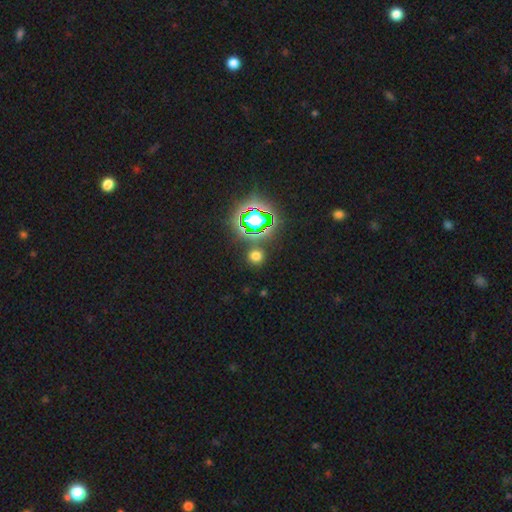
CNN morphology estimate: Smooth or featured? Predicted: smooth (p=0.59). How rounded? Predicted: round (p=0.90). Merging? Predicted: none (p=0.86).